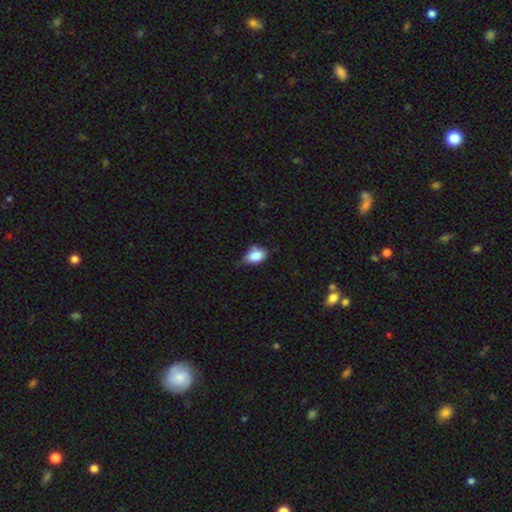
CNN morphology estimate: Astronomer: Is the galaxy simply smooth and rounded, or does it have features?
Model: smooth — 84%.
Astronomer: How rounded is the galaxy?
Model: in between — 83%.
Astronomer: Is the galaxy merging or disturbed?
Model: none — 48% (runner-up: minor disturbance, 40%).